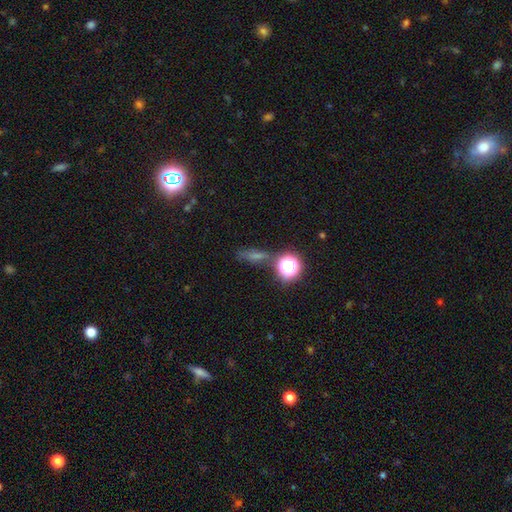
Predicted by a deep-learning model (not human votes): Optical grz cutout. It shows a star or artifact, not a galaxy (42%).